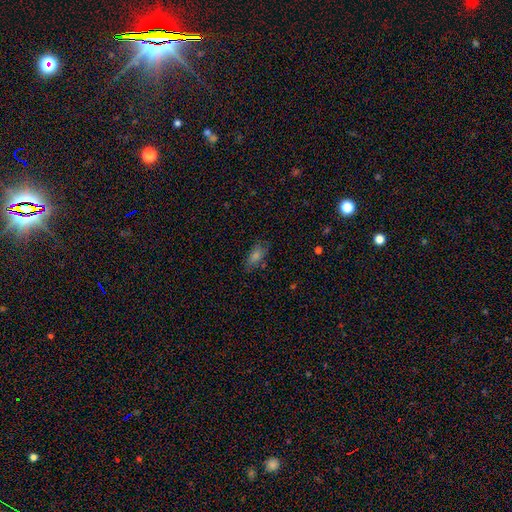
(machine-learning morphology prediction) smooth-or-featured: smooth: 57% | star or artifact: 23% | featured or disk: 20%
  how-rounded: in between: 78% | cigar-shaped: 13% | round: 9%
  merging: none: 76% | minor disturbance: 17% | major disturbance: 5% | merger: 2%